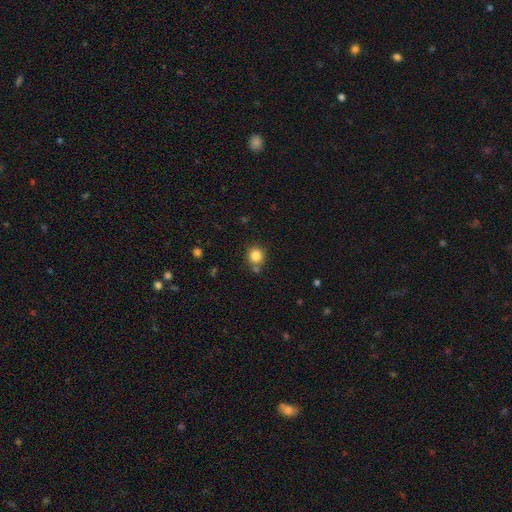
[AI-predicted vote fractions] smooth 84%, star or artifact 11%, featured or disk 5%. Down the decision tree: how rounded — round (88%); merging — none (76%).